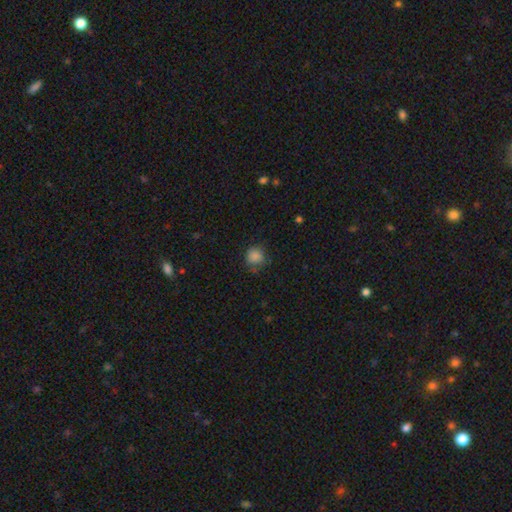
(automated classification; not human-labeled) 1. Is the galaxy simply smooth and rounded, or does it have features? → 85% smooth, 10% star or artifact, 5% featured or disk.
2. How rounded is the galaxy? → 88% round, 11% in between, 1% cigar-shaped.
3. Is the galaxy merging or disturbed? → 73% none, 20% minor disturbance, 6% major disturbance, 2% merger.